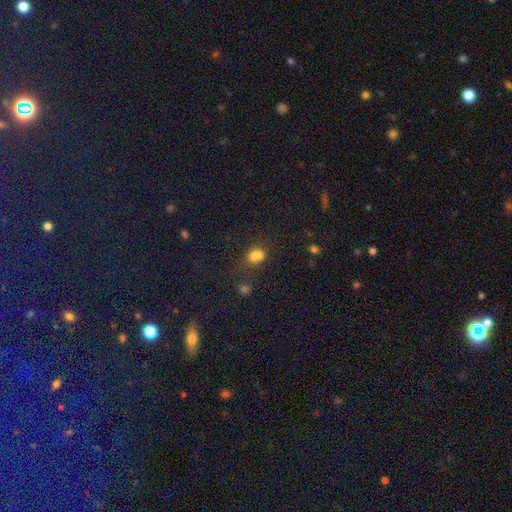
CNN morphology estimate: smooth_or_featured: smooth (p=0.73) [alt: star or artifact p=0.17]
how_rounded: in between (p=0.54) [alt: round p=0.44]
merging: merger (p=0.44) [alt: none p=0.36]